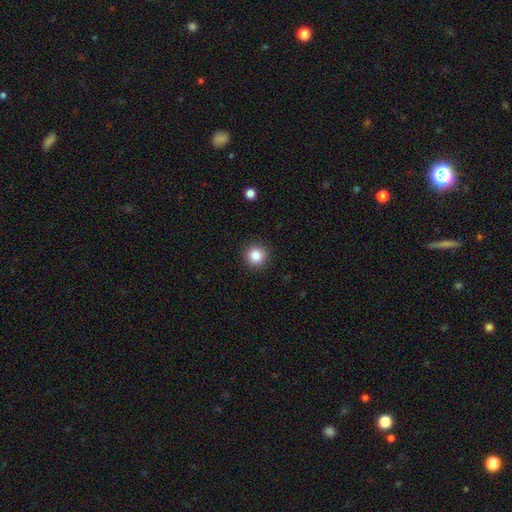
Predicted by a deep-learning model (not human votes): A smooth galaxy with no disk features (83%) that is round (95%). Merging: none (93%).